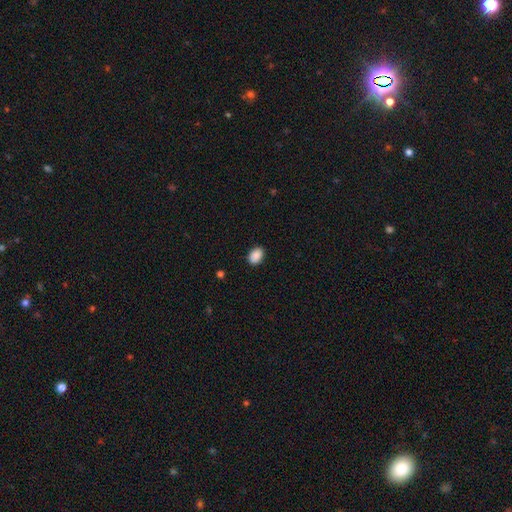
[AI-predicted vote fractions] Morphology: type=smooth (89%); roundness=in between (82%); merging=none (88%).